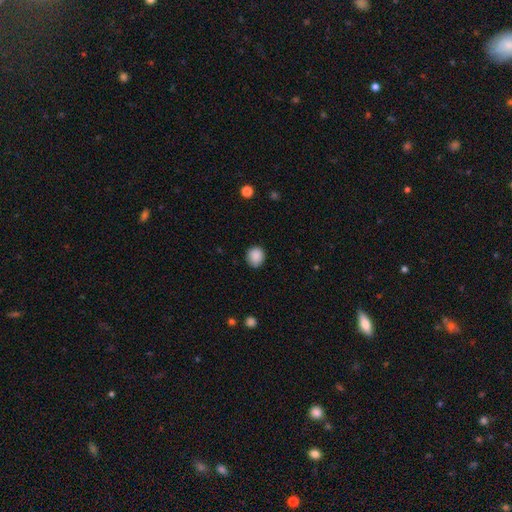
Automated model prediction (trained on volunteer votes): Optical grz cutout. It shows a smooth galaxy with no disk features (88%) that is round (82%). Merging: none (85%).